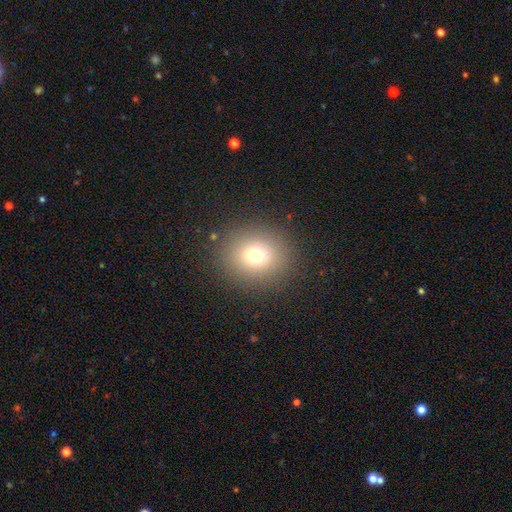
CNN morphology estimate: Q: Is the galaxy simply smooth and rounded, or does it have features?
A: smooth — 72%.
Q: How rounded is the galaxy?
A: round — 79%.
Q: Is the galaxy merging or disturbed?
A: none — 87%.